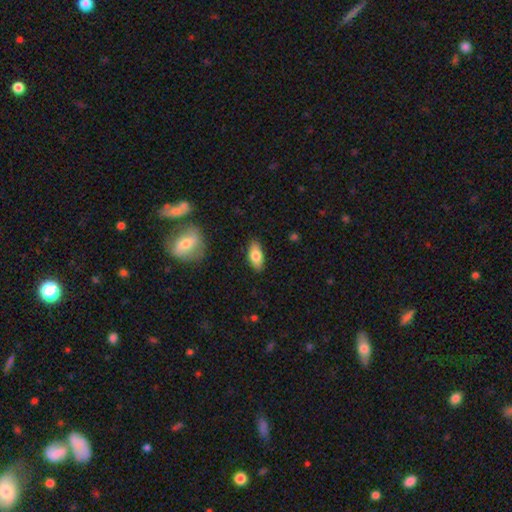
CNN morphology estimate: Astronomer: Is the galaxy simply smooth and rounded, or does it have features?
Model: smooth — 77%.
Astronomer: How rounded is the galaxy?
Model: in between — 87%.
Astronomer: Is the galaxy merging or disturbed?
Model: none — 86%.